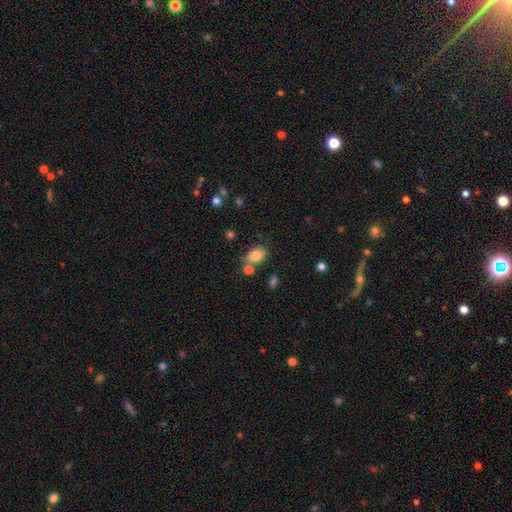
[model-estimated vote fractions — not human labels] smooth 81%, featured or disk 10%, star or artifact 9%. Down the decision tree: how rounded — in between (80%); merging — none (68%).